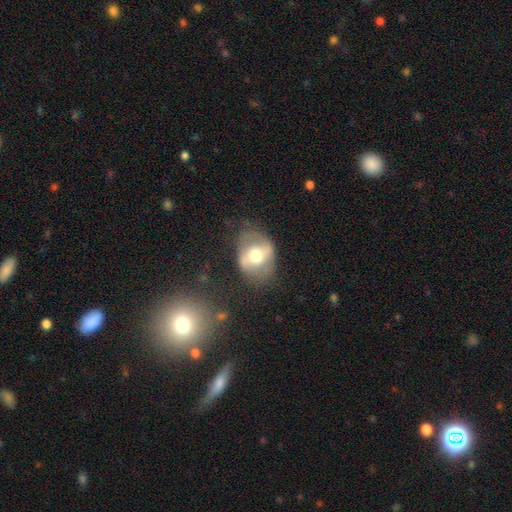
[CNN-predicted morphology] Smooth or featured? Predicted: featured or disk (p=0.53). Edge-on disk? Predicted: no (p=0.92). Merging? Predicted: none (p=0.61).